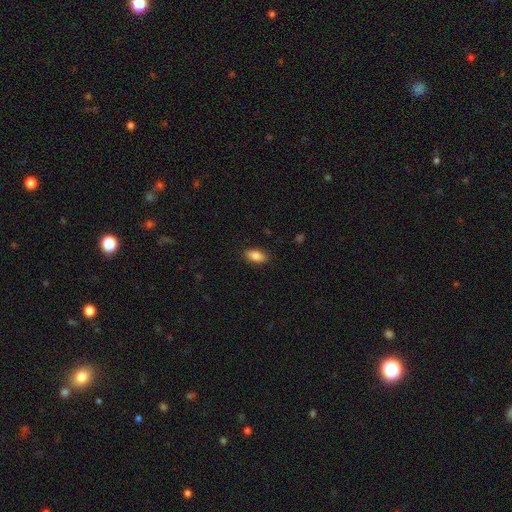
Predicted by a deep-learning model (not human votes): This appears to be a smooth galaxy with no disk features (86%) that is in between round and cigar-shaped (90%). Merging: none (87%).